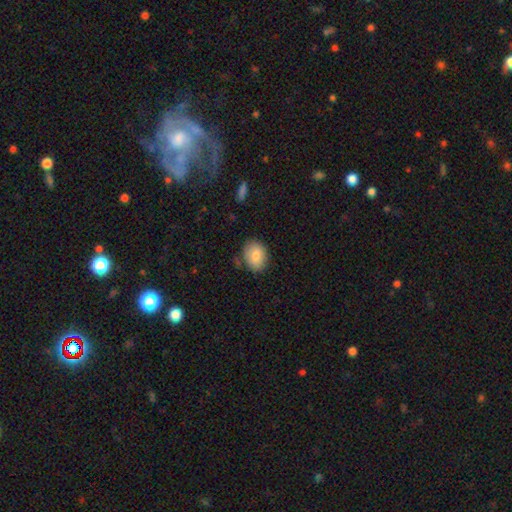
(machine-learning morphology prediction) A smooth galaxy with no disk features (84%) that is in between round and cigar-shaped (64%).

Vote fractions:
- Smooth or featured? smooth: 84% / featured or disk: 8% / star or artifact: 7%
- How rounded? in between: 64% / round: 35% / cigar-shaped: 1%
- Merging? none: 79% / minor disturbance: 15% / major disturbance: 3% / merger: 3%